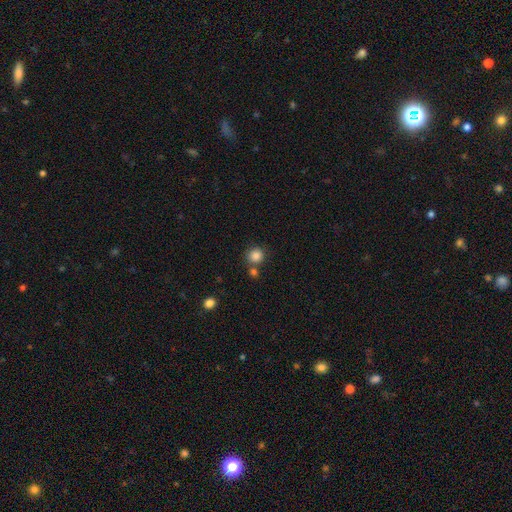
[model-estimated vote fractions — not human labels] The model was most divided on "merging": none: 69%, merger: 18%, minor disturbance: 9%, major disturbance: 3%. More confident: how rounded — round (89%); smooth or featured — smooth (85%).